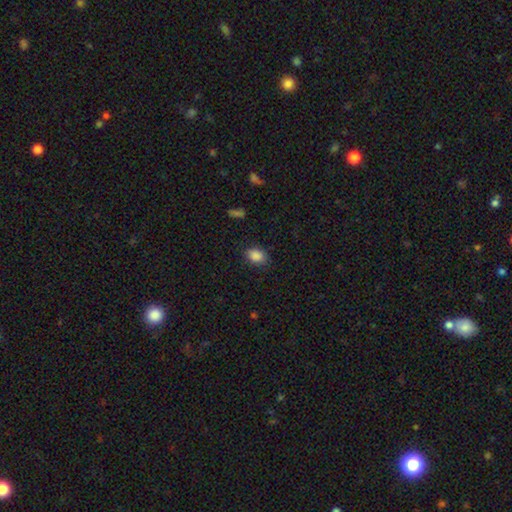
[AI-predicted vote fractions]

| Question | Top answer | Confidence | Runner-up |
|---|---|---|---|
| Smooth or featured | smooth | 87% | star or artifact (9%) |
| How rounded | in between | 76% | round (23%) |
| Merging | none | 82% | minor disturbance (14%) |